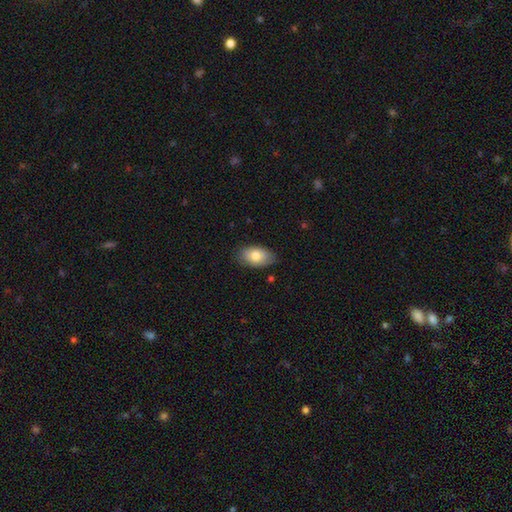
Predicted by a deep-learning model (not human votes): Smooth or featured: smooth — 80% (featured or disk — 14%)
How rounded: in between — 92% (round — 7%)
Merging: none — 82% (minor disturbance — 14%)